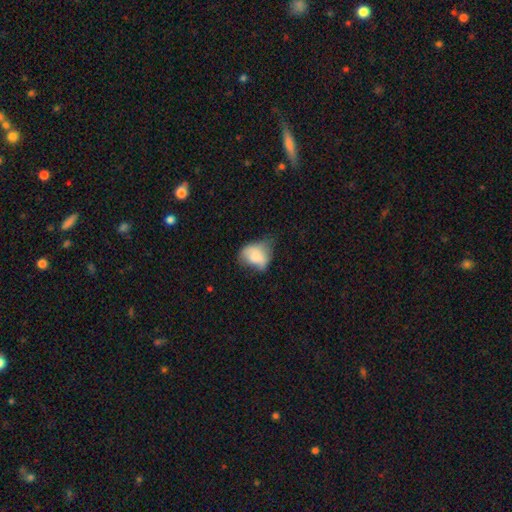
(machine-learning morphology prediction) Smooth or featured? smooth (71%)
How rounded? in between (72%)
Merging? minor disturbance (37%)